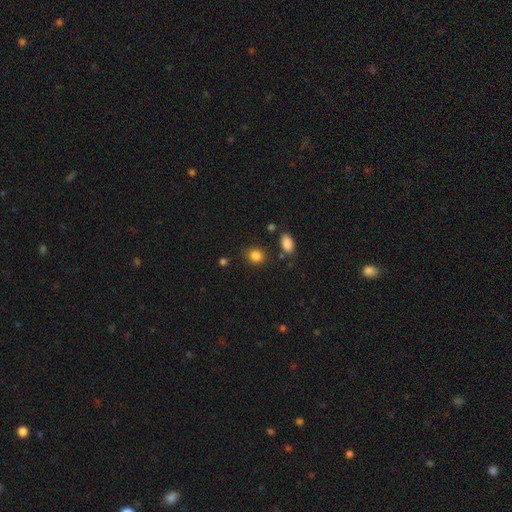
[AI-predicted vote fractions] Overall: smooth (85%). How rounded: round (64%; in between 35%). Merging: none (82%).